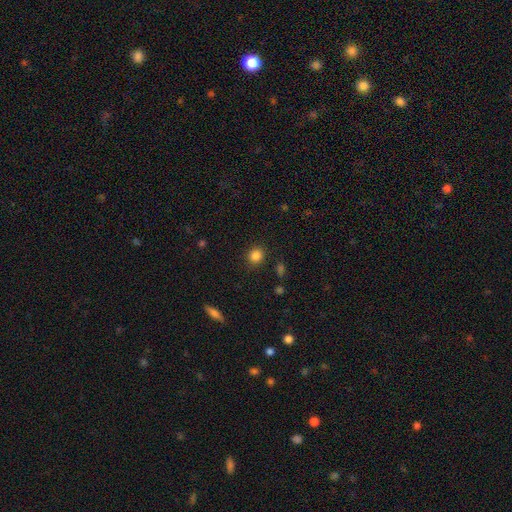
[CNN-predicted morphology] Smooth or featured?
  - smooth: 85% *
  - star or artifact: 11%
  - featured or disk: 4%
How rounded?
  - round: 79% *
  - in between: 20%
  - cigar-shaped: 1%
Merging?
  - none: 88% *
  - minor disturbance: 7%
  - major disturbance: 3%
  - merger: 2%